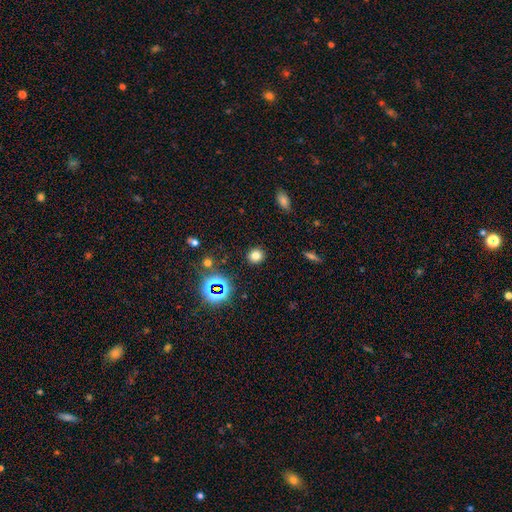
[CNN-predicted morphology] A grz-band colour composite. It shows a smooth galaxy with no disk features (75%) that is round (86%). Merging: none (90%).